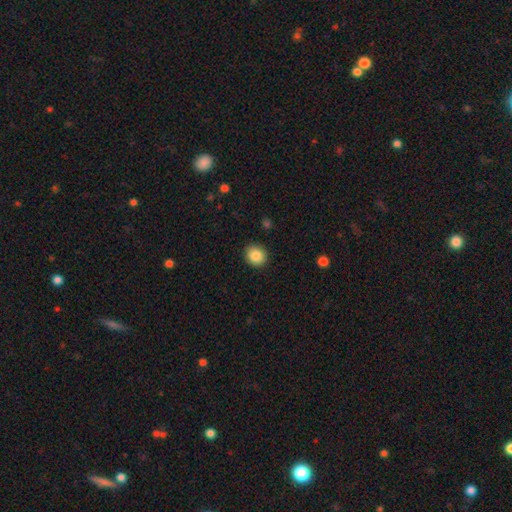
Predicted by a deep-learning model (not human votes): smooth_or_featured: smooth (p=0.86) [alt: star or artifact p=0.09]
how_rounded: round (p=0.81) [alt: in between p=0.18]
merging: none (p=0.91) [alt: minor disturbance p=0.06]